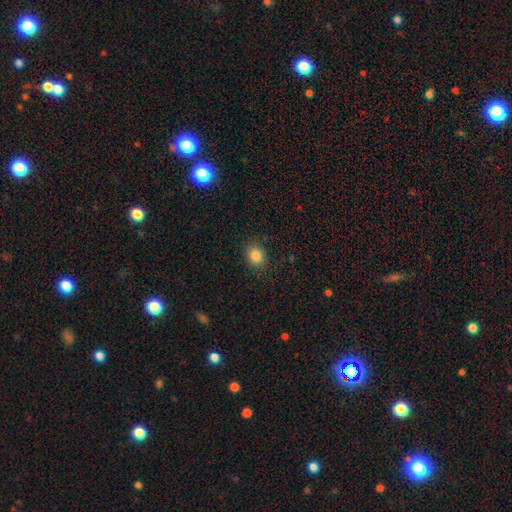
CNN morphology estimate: Smooth or featured? smooth (84%)
How rounded? round (67%)
Merging? none (86%)